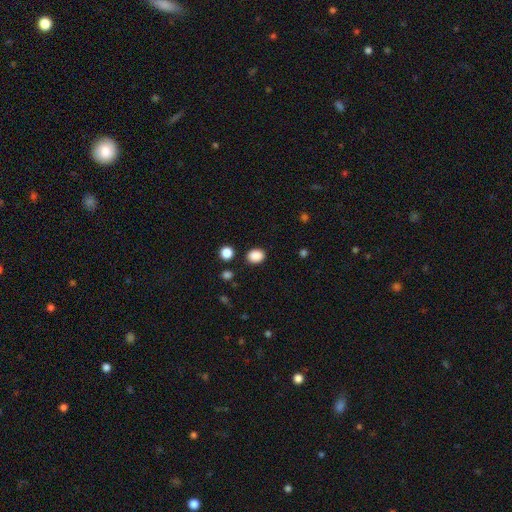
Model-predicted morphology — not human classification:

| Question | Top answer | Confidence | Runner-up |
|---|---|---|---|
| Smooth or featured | smooth | 88% | star or artifact (9%) |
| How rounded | in between | 52% | round (47%) |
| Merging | none | 86% | minor disturbance (9%) |